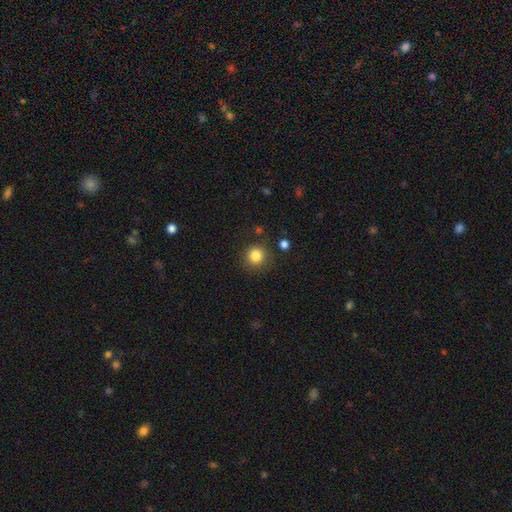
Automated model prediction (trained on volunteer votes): smooth_or_featured: smooth (p=0.83) [alt: star or artifact p=0.11]
how_rounded: round (p=0.93) [alt: in between p=0.06]
merging: none (p=0.85) [alt: minor disturbance p=0.09]